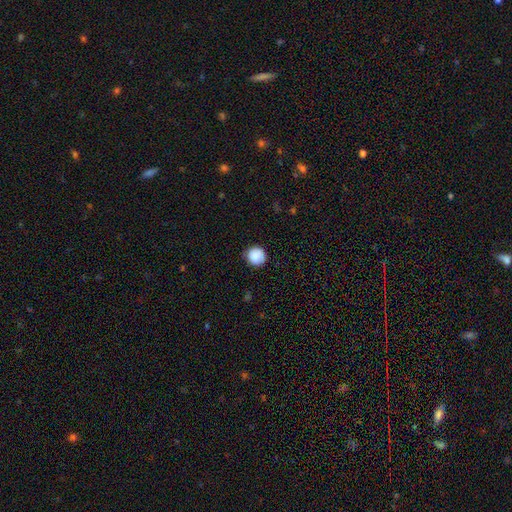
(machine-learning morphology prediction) type=smooth (88%); roundness=round (94%); merging=none (85%).